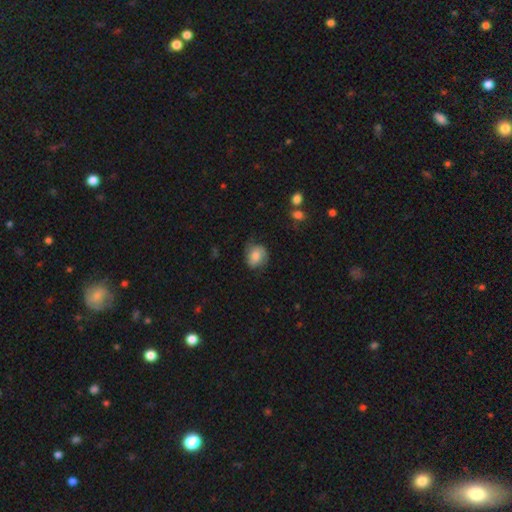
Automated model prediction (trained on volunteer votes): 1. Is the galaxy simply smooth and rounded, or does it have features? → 64% smooth, 27% featured or disk, 8% star or artifact.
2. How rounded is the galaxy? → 65% round, 34% in between, 1% cigar-shaped.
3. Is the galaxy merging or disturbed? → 67% none, 24% minor disturbance, 8% major disturbance, 1% merger.